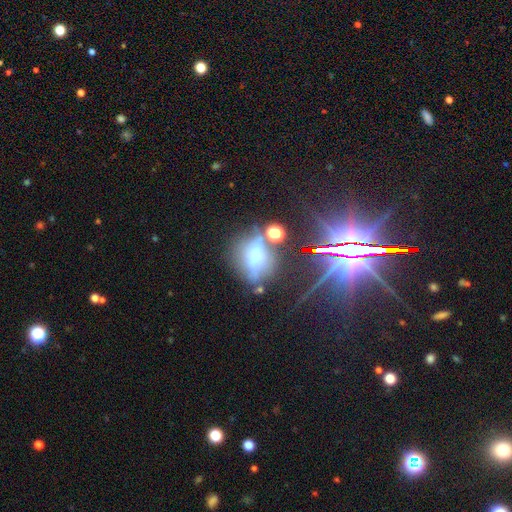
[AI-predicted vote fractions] smooth_or_featured: smooth (p=0.40) [alt: featured or disk p=0.32]
merging: none (p=0.45) [alt: minor disturbance p=0.20]